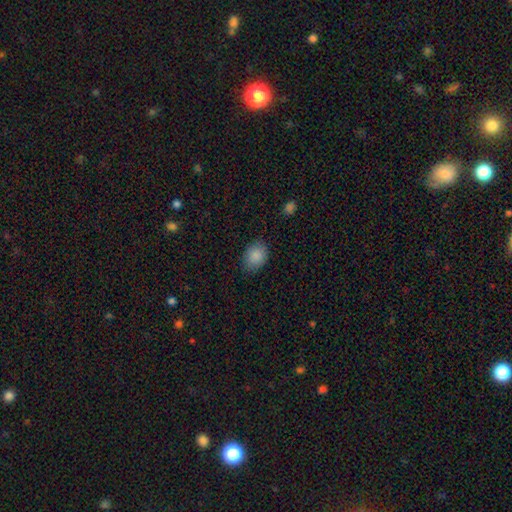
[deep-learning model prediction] Morphology: type=smooth (88%); roundness=in between (67%); merging=none (82%).